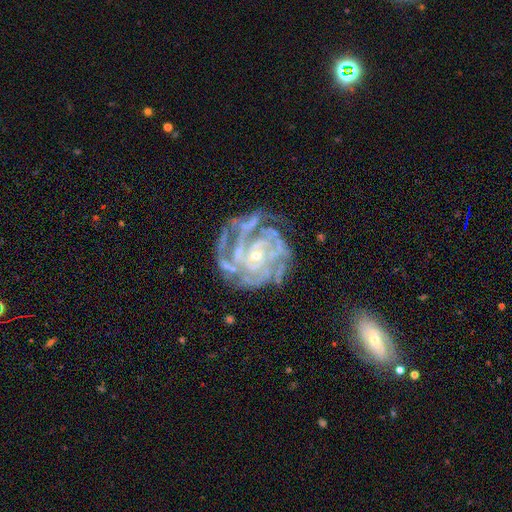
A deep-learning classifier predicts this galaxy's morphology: type=featured or disk (88%); edge-on=no (98%); bar=no (73%); spiral arms=yes (95%); winding=tight (70%); arm count=4 (27%); bulge=small (79%); merging=none (59%).